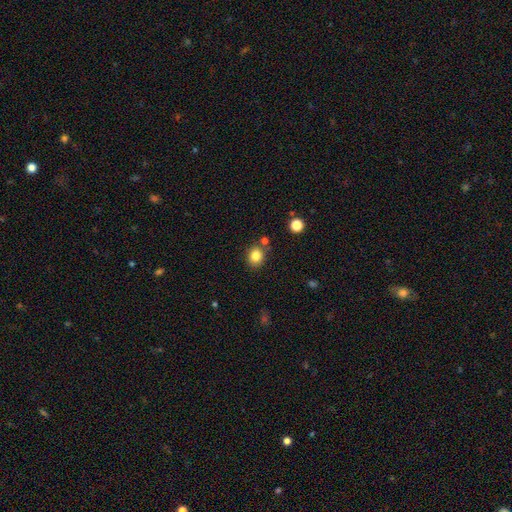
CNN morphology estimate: This is clearly a smooth galaxy (83%). How rounded: likely round (69%). Merging: likely none (78%).